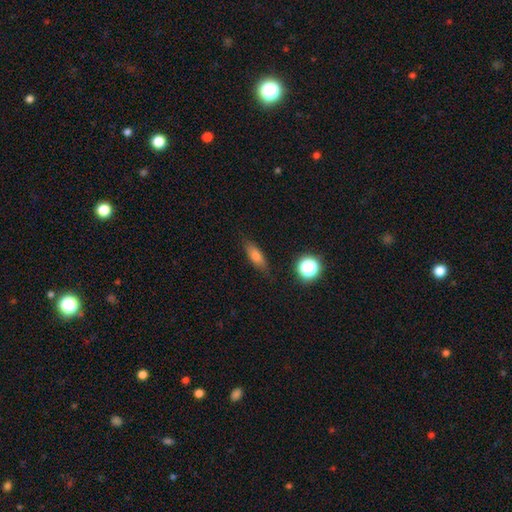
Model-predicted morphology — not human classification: This is likely a smooth galaxy (74%). How rounded: possibly in between (57%). Merging: clearly none (80%).